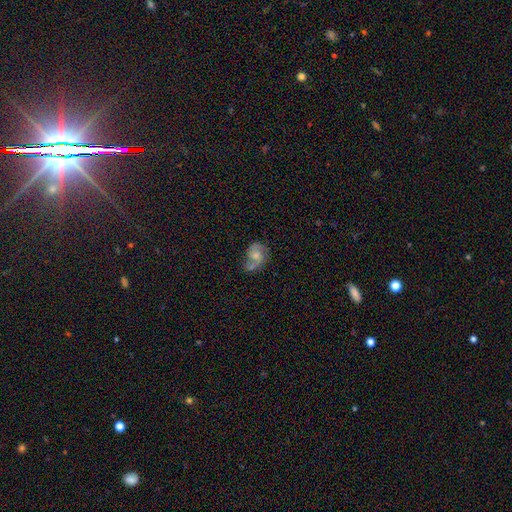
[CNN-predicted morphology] featured or disk 65%, smooth 27%, star or artifact 9%. Down the decision tree: edge-on disk — no (97%); bar — no (62%); spiral arms — yes (90%); spiral arm count — 2 (80%); spiral winding — medium (47%); bulge size — moderate (46%); merging — none (51%).